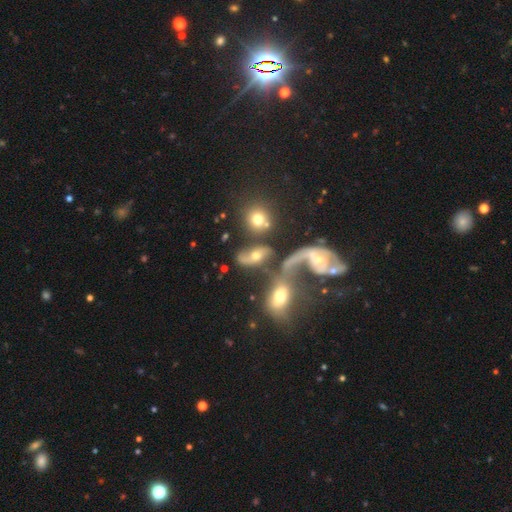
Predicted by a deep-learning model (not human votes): featured or disk 54%, smooth 34%, star or artifact 12%. Down the decision tree: edge-on disk — no (90%); merging — merger (40%).